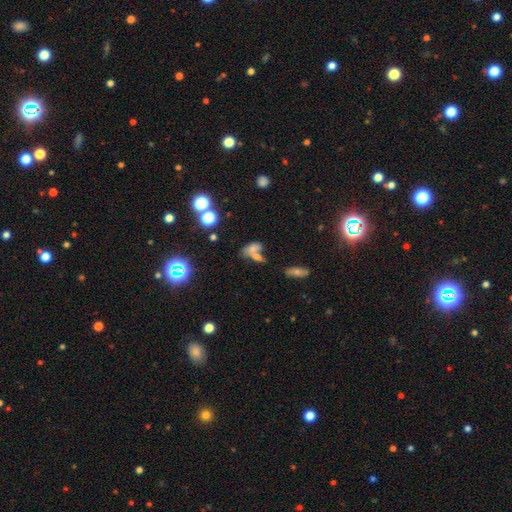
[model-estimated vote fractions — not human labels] Smooth or featured? Predicted: smooth (p=0.57). How rounded? Predicted: in between (p=0.76). Merging? Predicted: merger (p=0.51).